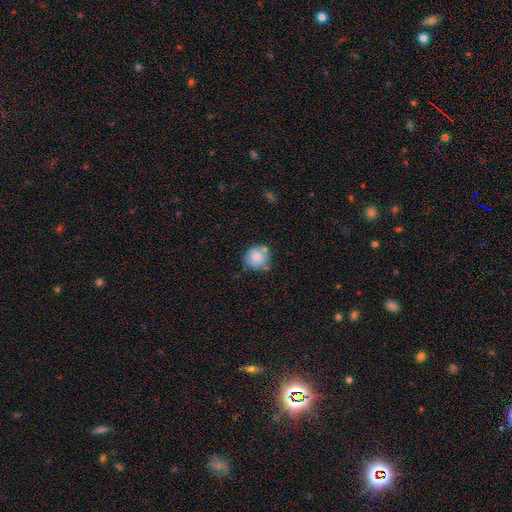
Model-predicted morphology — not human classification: smooth_or_featured: smooth (p=0.75) [alt: featured or disk p=0.17]
how_rounded: round (p=0.87) [alt: in between p=0.12]
merging: none (p=0.63) [alt: minor disturbance p=0.20]